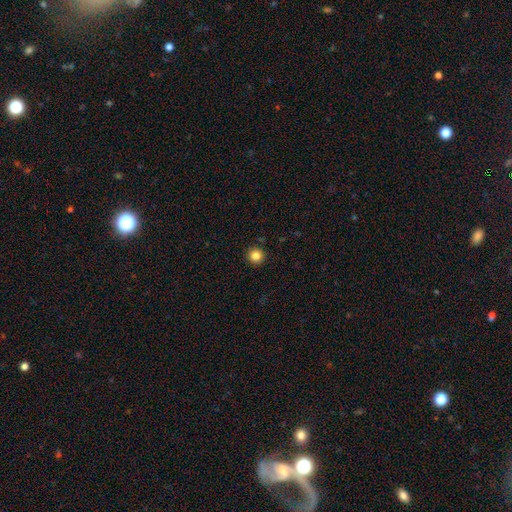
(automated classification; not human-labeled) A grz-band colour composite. It shows a smooth galaxy with no disk features (84%) that is round (95%). Merging: none (92%).